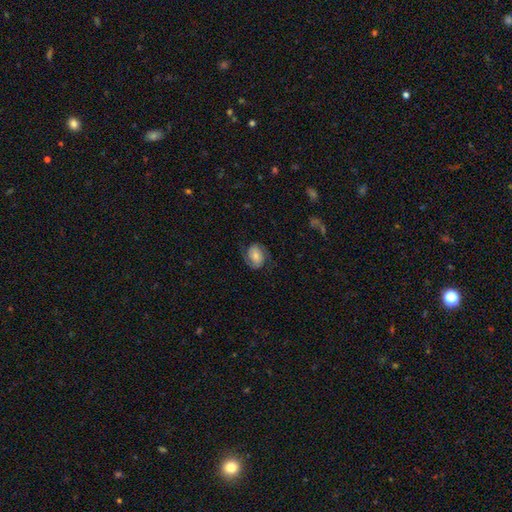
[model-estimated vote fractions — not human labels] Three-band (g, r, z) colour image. It shows a featured or disk galaxy (61%) with no bar (53%), 2 (86%) medium (44%) spiral arms (91%) and a small central bulge (43%). Merging: none (70%).